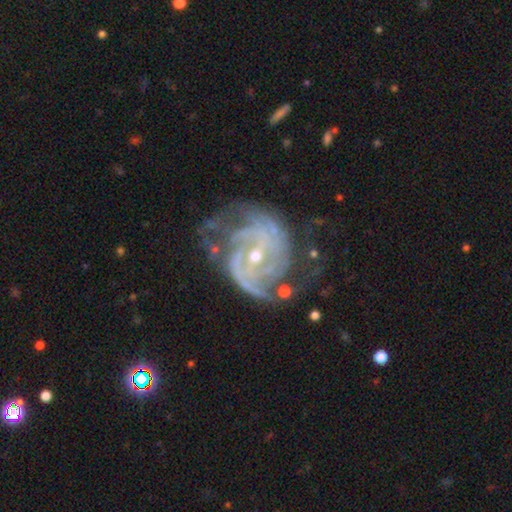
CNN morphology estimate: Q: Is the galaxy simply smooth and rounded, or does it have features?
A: featured or disk — 91%.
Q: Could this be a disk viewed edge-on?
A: no — 97%.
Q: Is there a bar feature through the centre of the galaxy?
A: weak — 42%.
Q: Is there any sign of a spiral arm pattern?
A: yes — 97%.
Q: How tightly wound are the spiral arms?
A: tight — 56%.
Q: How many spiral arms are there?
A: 2 — 32%.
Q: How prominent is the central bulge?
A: small — 63%.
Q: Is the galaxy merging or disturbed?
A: none — 57%.